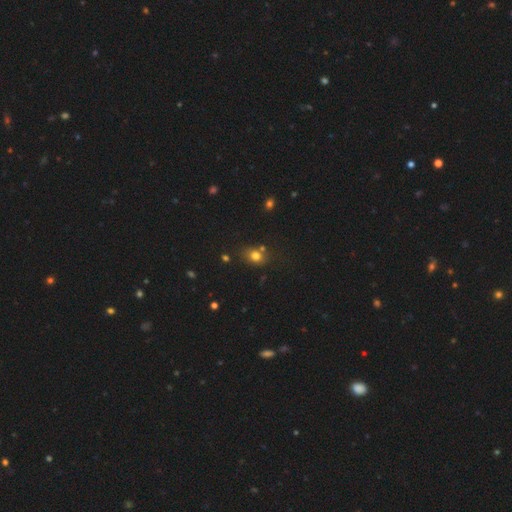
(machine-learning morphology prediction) A smooth galaxy with no disk features (76%) that is in between round and cigar-shaped (51%).

Vote fractions:
- Smooth or featured? smooth: 76% / star or artifact: 15% / featured or disk: 9%
- How rounded? in between: 51% / round: 48% / cigar-shaped: 1%
- Merging? none: 67% / minor disturbance: 15% / merger: 14% / major disturbance: 4%